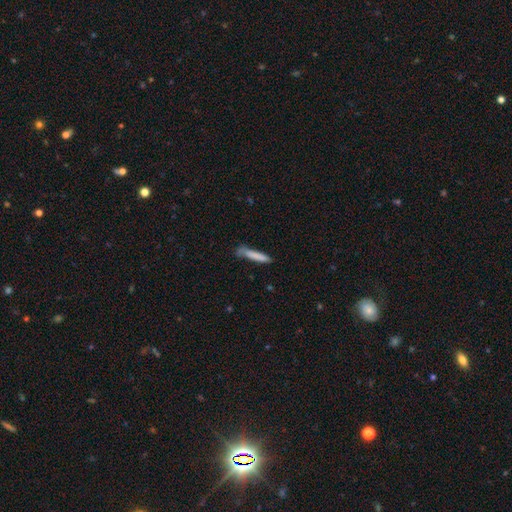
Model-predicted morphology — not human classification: smooth_or_featured: smooth (p=0.79) [alt: featured or disk p=0.14]
how_rounded: cigar-shaped (p=0.91) [alt: in between p=0.08]
merging: none (p=0.64) [alt: minor disturbance p=0.24]